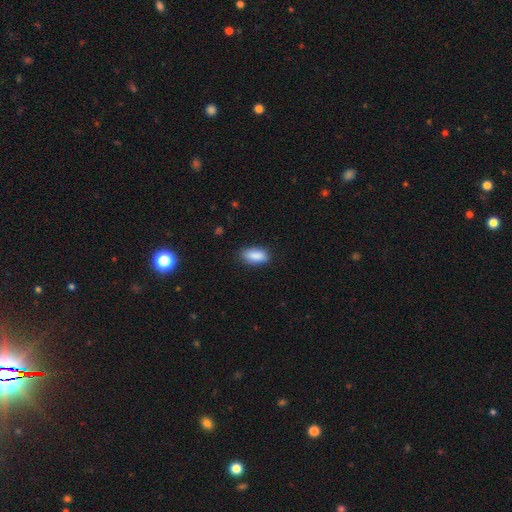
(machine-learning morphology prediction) This appears to be a smooth galaxy with no disk features (89%) that is in between round and cigar-shaped (88%). Merging: none (84%).